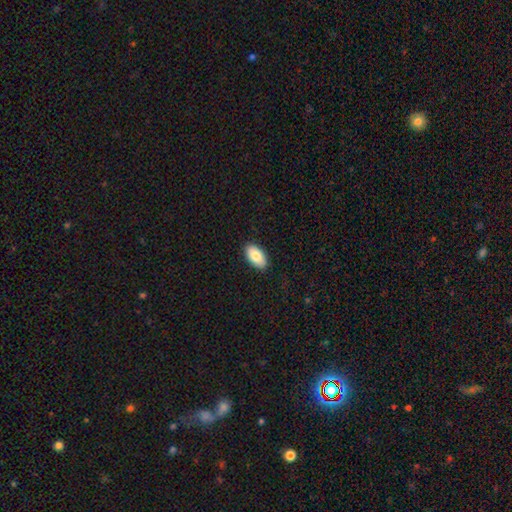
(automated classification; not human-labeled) Smooth or featured?
  - smooth: 84% *
  - featured or disk: 10%
  - star or artifact: 6%
How rounded?
  - in between: 94% *
  - cigar-shaped: 3%
  - round: 3%
Merging?
  - none: 89% *
  - minor disturbance: 8%
  - major disturbance: 2%
  - merger: 1%